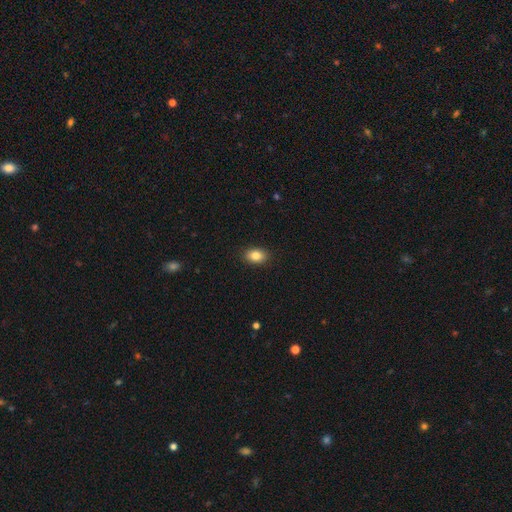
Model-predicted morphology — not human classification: smooth 84%, star or artifact 9%, featured or disk 7%. Down the decision tree: how rounded — in between (82%); merging — none (90%).